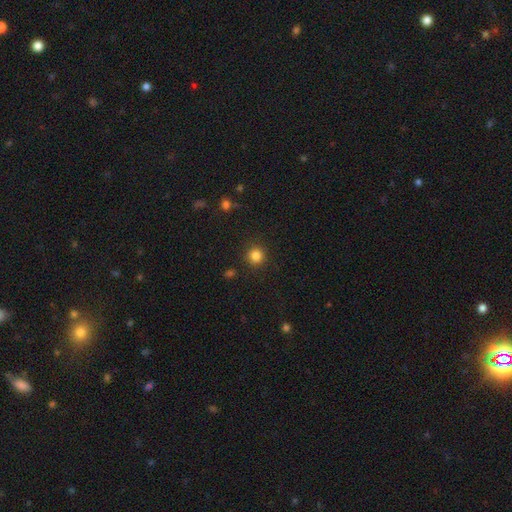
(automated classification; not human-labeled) Smooth or featured: smooth — 83% (star or artifact — 12%)
How rounded: round — 94% (in between — 5%)
Merging: none — 90% (minor disturbance — 6%)